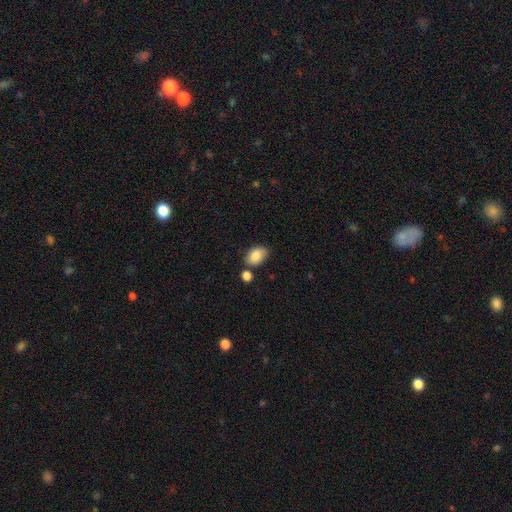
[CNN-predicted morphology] A smooth galaxy with no disk features (85%) that is in between round and cigar-shaped (83%). Merging: none (68%).